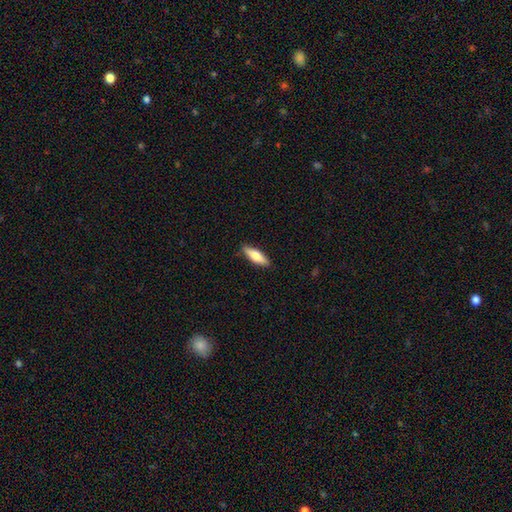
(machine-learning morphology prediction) Q: Smooth or featured?
A: smooth (68%); runner-up: featured or disk (27%)
Q: How rounded?
A: cigar-shaped (52%); runner-up: in between (46%)
Q: Merging?
A: none (89%); runner-up: minor disturbance (9%)